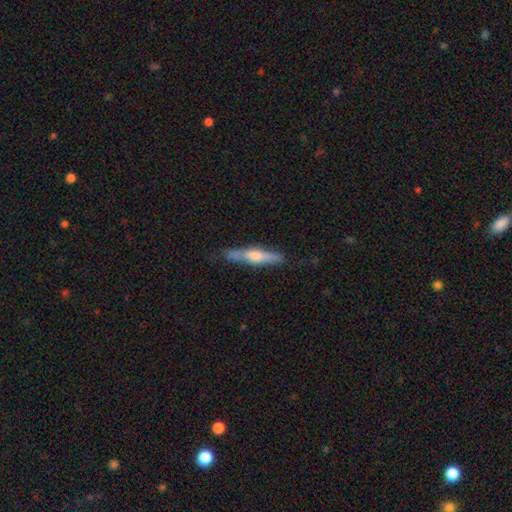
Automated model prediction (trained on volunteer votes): Smooth or featured?
  - featured or disk: 59% *
  - smooth: 34%
  - star or artifact: 7%
Edge-on disk?
  - yes: 92% *
  - no: 8%
Edge-on bulge?
  - rounded: 77% *
  - boxy: 12%
  - none: 11%
Merging?
  - none: 75% *
  - minor disturbance: 18%
  - major disturbance: 4%
  - merger: 3%